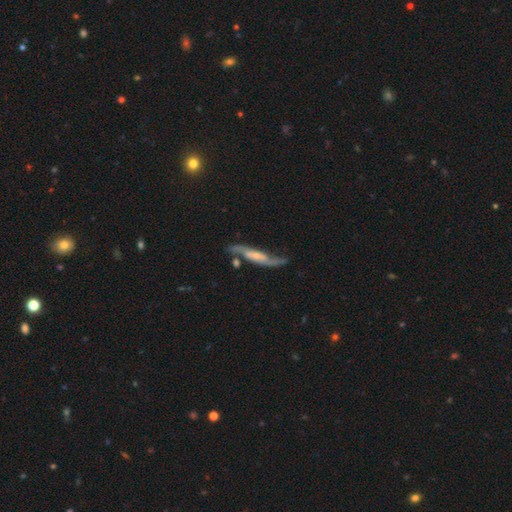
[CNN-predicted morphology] A featured or disk galaxy (79%) with no bar (41%), 2 (89%) loose (60%) spiral arms (93%) and a small central bulge (56%).

Vote fractions:
- Smooth or featured? featured or disk: 79% / smooth: 15% / star or artifact: 6%
- Edge-on disk? no: 72% / yes: 28%
- Bar? no: 41% / weak: 37% / strong: 22%
- Spiral arms? yes: 93% / no: 7%
- Spiral winding? loose: 60% / medium: 29% / tight: 11%
- Spiral arm count? 2: 89% / can't tell: 5% / 1: 3% / 3: 1% / 4: 1% / more than 4: 1%
- Bulge size? small: 56% / moderate: 25% / none: 14% / large: 3% / dominant: 1%
- Merging? none: 60% / minor disturbance: 20% / major disturbance: 10% / merger: 9%